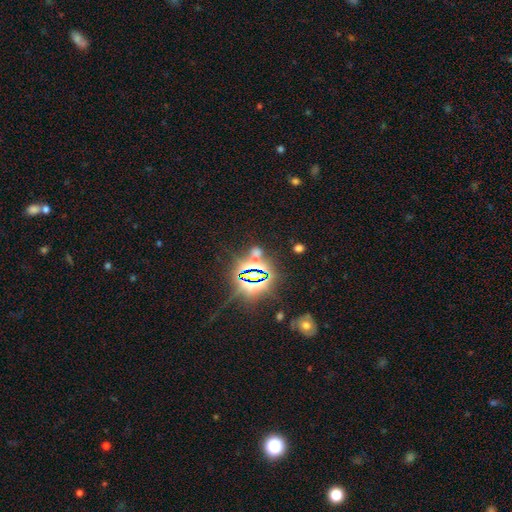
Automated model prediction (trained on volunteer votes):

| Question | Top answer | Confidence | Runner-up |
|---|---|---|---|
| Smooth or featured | star or artifact | 74% | smooth (17%) |